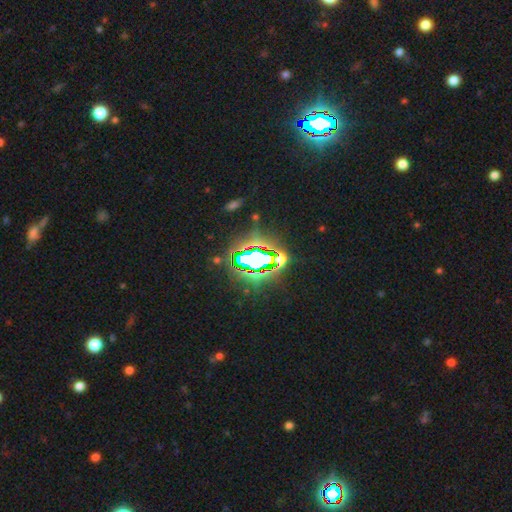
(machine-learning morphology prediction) type=star or artifact (76%).